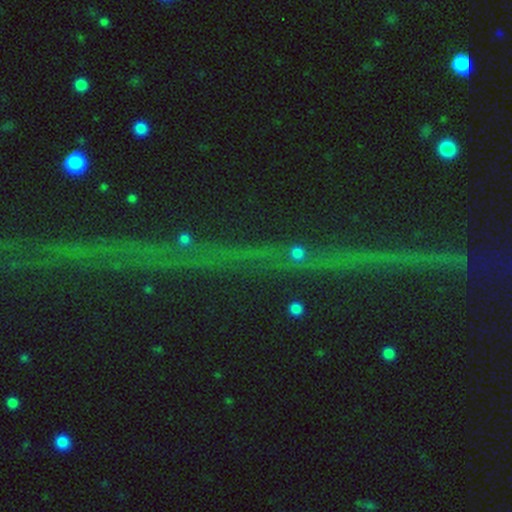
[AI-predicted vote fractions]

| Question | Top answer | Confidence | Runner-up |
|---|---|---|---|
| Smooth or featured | star or artifact | 76% | featured or disk (16%) |